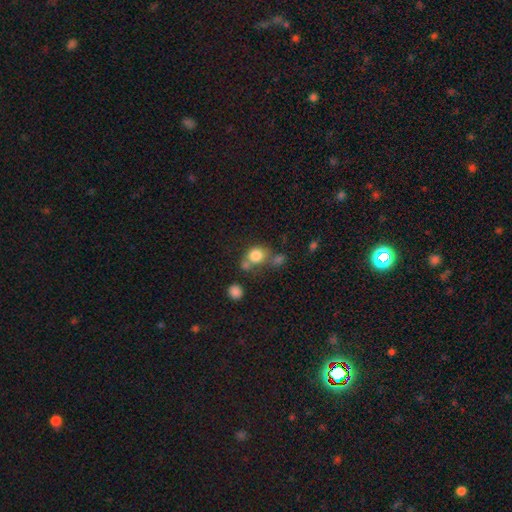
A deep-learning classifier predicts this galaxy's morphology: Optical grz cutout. It shows a smooth galaxy with no disk features (80%) that is round (74%). Merging: none (49%).